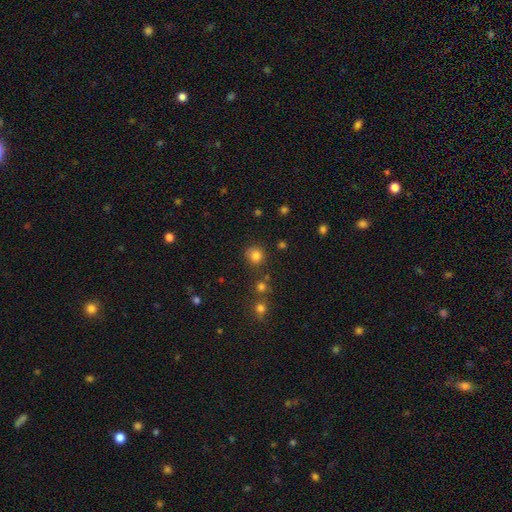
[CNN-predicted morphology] smooth-or-featured: smooth: 81% | star or artifact: 14% | featured or disk: 5%
  how-rounded: round: 89% | in between: 10% | cigar-shaped: 1%
  merging: none: 79% | minor disturbance: 11% | merger: 6% | major disturbance: 4%